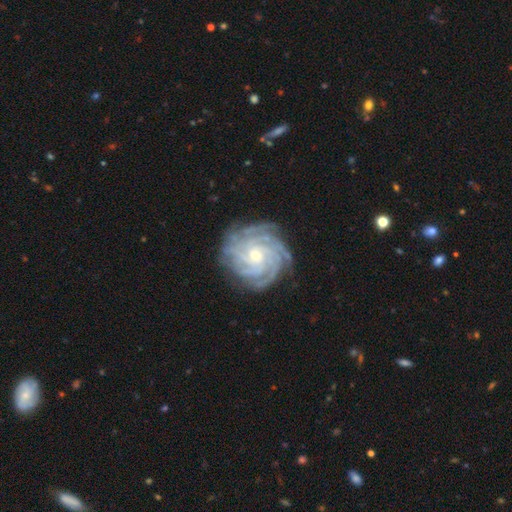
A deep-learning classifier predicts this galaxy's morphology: Smooth or featured?
  - featured or disk: 88% *
  - star or artifact: 6%
  - smooth: 5%
Edge-on disk?
  - no: 98% *
  - yes: 2%
Bar?
  - no: 69% *
  - weak: 24%
  - strong: 7%
Spiral arms?
  - yes: 98% *
  - no: 2%
Spiral winding?
  - tight: 83% *
  - medium: 15%
  - loose: 2%
Spiral arm count?
  - more than 4: 32% *
  - 4: 27%
  - can't tell: 17%
  - 3: 10%
  - 2: 8%
  - 1: 7%
Bulge size?
  - small: 70% *
  - moderate: 27%
  - large: 1%
  - none: 1%
  - dominant: 1%
Merging?
  - none: 83% *
  - minor disturbance: 12%
  - major disturbance: 3%
  - merger: 1%